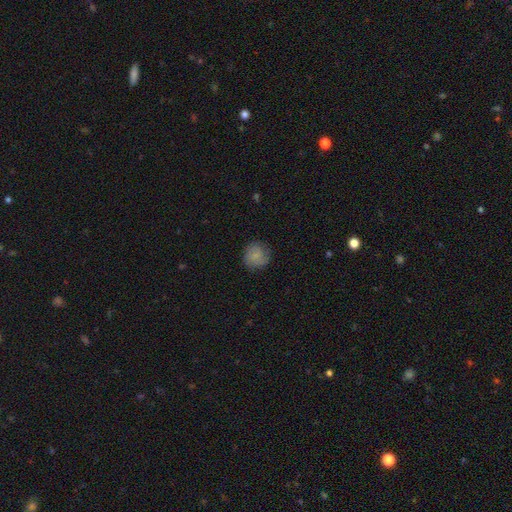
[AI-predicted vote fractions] A smooth galaxy with no disk features (77%) that is round (89%). Merging: none (79%).